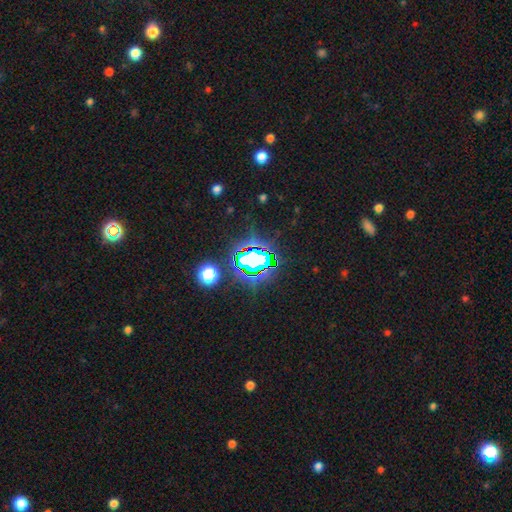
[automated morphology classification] A star or artifact, not a galaxy (74%).